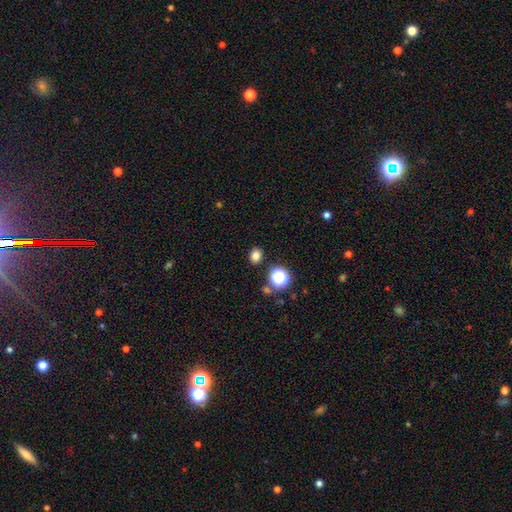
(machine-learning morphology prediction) Smooth or featured?
  - smooth: 79% *
  - star or artifact: 15%
  - featured or disk: 5%
How rounded?
  - round: 57% *
  - in between: 42%
  - cigar-shaped: 1%
Merging?
  - none: 87% *
  - minor disturbance: 7%
  - merger: 3%
  - major disturbance: 2%